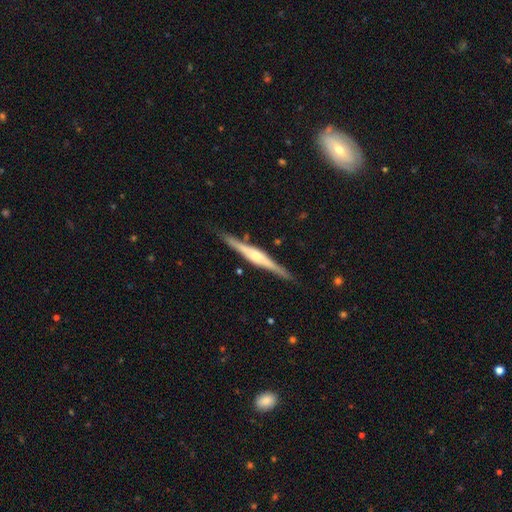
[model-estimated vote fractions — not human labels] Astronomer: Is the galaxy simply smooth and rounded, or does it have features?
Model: featured or disk — 80%.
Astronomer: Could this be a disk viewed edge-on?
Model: yes — 98%.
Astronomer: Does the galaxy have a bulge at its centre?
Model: rounded — 71%.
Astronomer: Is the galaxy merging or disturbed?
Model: none — 87%.